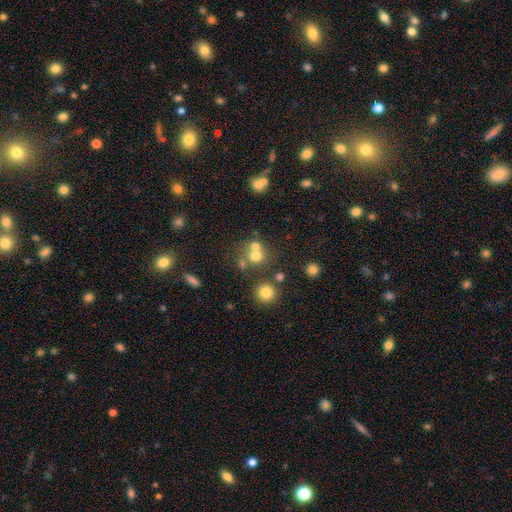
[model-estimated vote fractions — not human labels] This appears to be a smooth galaxy with no disk features (67%) that is round (81%). Merging: none (45%).